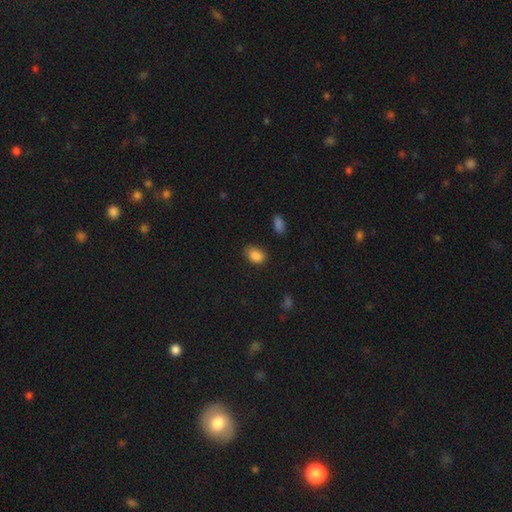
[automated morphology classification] Smooth or featured? smooth (87%)
How rounded? in between (84%)
Merging? none (78%)